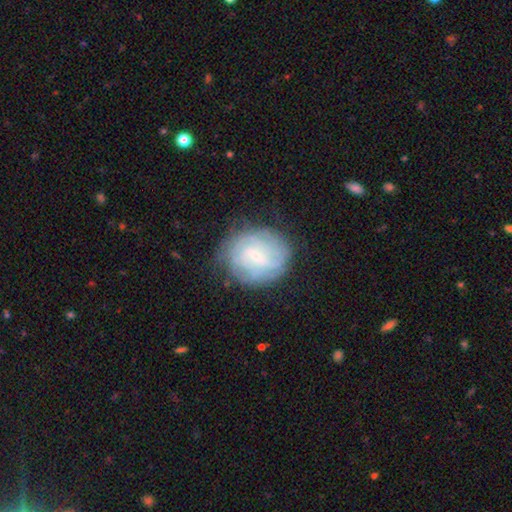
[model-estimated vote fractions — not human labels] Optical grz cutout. It shows a featured or disk galaxy (73%) with a weak bar (54%), tight (70%) spiral arms (91%) and a small central bulge (74%). Merging: none (77%).